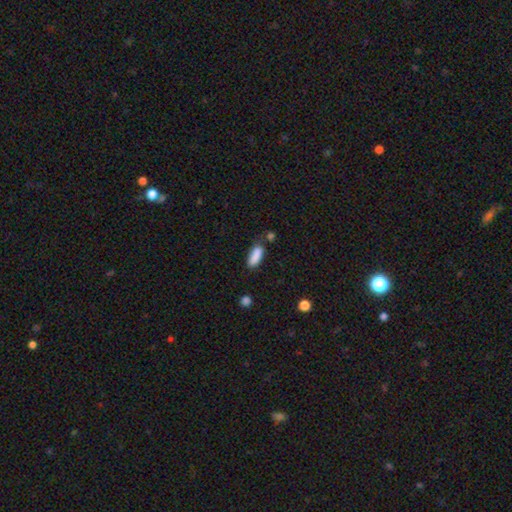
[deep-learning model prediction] Morphology: type=smooth (87%); roundness=in between (66%); merging=none (67%).